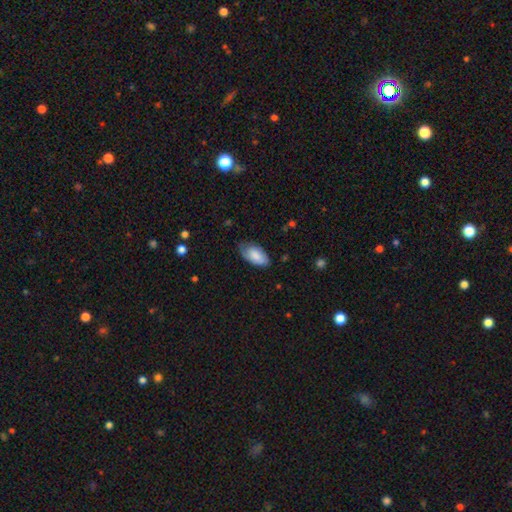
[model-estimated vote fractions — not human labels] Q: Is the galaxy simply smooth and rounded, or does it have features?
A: smooth — 79%.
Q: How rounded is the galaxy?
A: in between — 95%.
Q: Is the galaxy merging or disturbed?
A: none — 64%.